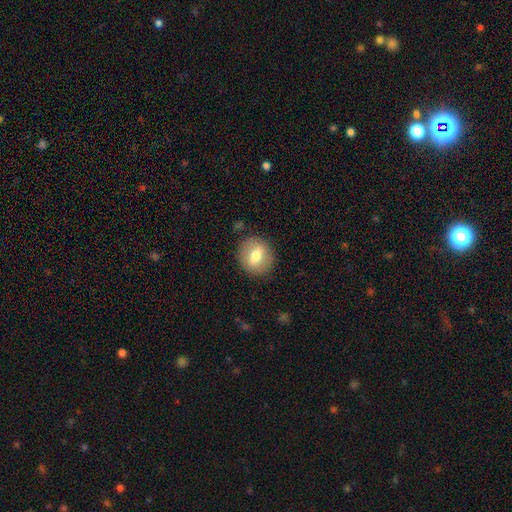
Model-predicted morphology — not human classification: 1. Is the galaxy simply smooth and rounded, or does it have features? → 64% smooth, 28% featured or disk, 8% star or artifact.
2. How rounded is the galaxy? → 80% round, 19% in between, 1% cigar-shaped.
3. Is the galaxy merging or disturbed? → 87% none, 9% minor disturbance, 3% major disturbance, 1% merger.